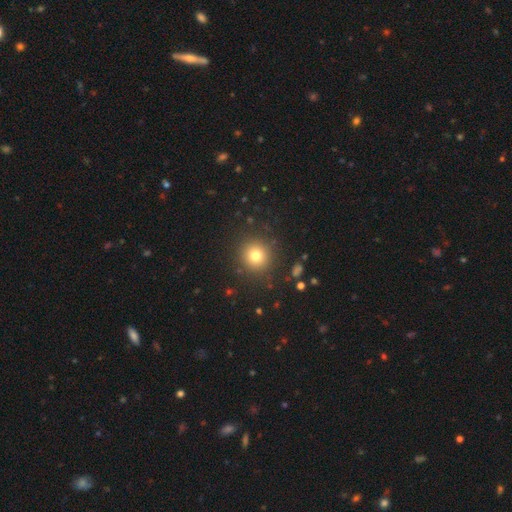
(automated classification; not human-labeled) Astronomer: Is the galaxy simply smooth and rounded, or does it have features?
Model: smooth — 77%.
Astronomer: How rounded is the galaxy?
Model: round — 94%.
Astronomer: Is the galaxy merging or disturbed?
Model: none — 89%.